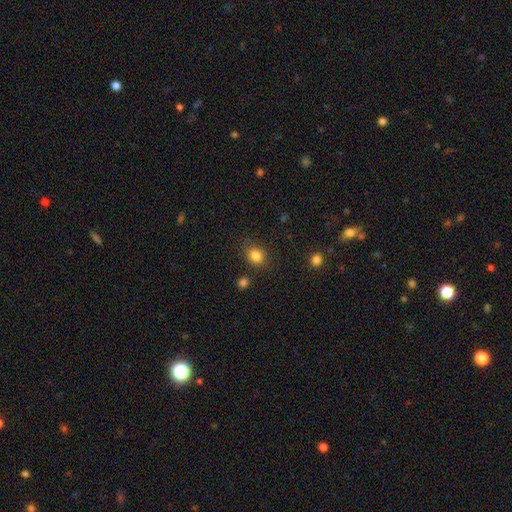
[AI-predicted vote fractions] The model was most divided on "how rounded": round: 60%, in between: 39%, cigar-shaped: 1%. More confident: smooth or featured — smooth (83%); merging — none (78%).